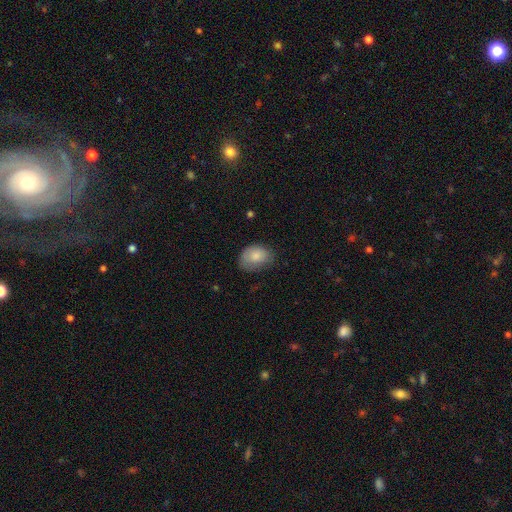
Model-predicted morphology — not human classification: Smooth or featured: smooth — 82% (featured or disk — 11%)
How rounded: in between — 74% (round — 25%)
Merging: none — 63% (minor disturbance — 28%)